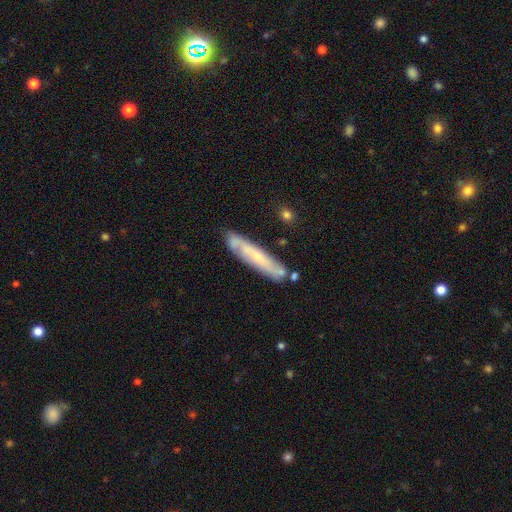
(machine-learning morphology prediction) smooth-or-featured: featured or disk: 55% | smooth: 38% | star or artifact: 7%
  disk-edge-on: yes: 53% | no: 47%
  merging: none: 75% | minor disturbance: 16% | merger: 5% | major disturbance: 3%